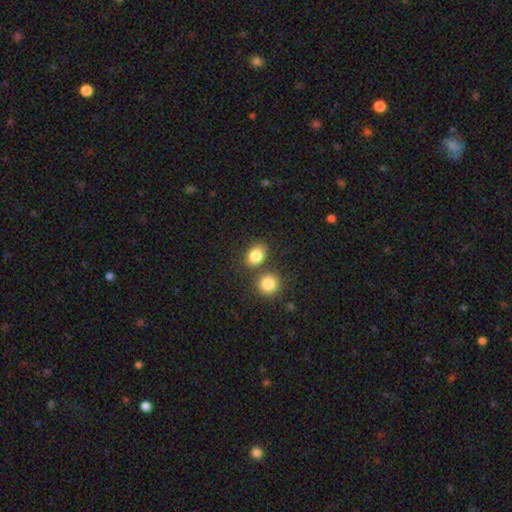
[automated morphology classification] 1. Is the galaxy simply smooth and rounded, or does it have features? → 84% smooth, 9% star or artifact, 7% featured or disk.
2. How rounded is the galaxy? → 60% in between, 39% round, 1% cigar-shaped.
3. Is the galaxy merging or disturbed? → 67% none, 20% merger, 10% minor disturbance, 3% major disturbance.